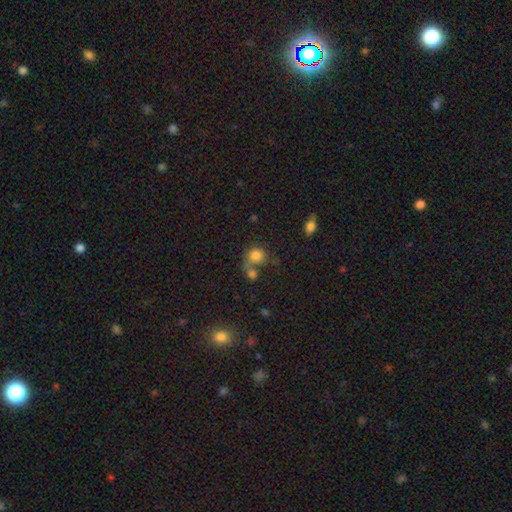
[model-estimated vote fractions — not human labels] Smooth or featured? Predicted: smooth (p=0.79). How rounded? Predicted: round (p=0.73). Merging? Predicted: merger (p=0.42).